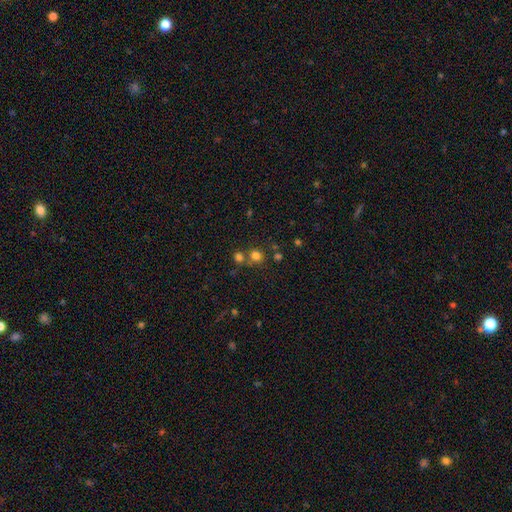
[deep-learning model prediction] This appears to be a smooth galaxy with no disk features (73%) that is round (85%). Merging: none (63%).